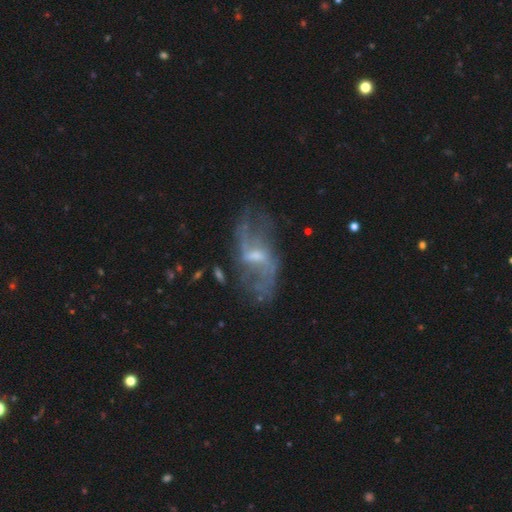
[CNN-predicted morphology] type=featured or disk (80%); edge-on=no (92%); bar=weak (54%); spiral arms=yes (79%); winding=loose (72%); arm count=2 (74%); bulge=small (53%); merging=none (60%).